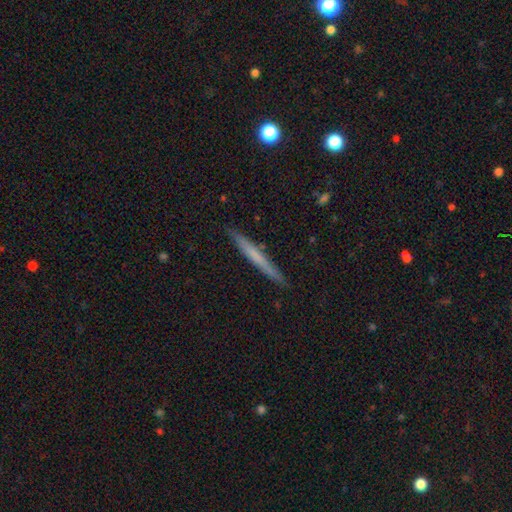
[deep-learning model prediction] A smooth galaxy with no disk features (53%) that is cigar-shaped (97%).

Vote fractions:
- Smooth or featured? smooth: 53% / featured or disk: 41% / star or artifact: 6%
- How rounded? cigar-shaped: 97% / in between: 2% / round: 1%
- Merging? none: 91% / minor disturbance: 7% / major disturbance: 1% / merger: 1%